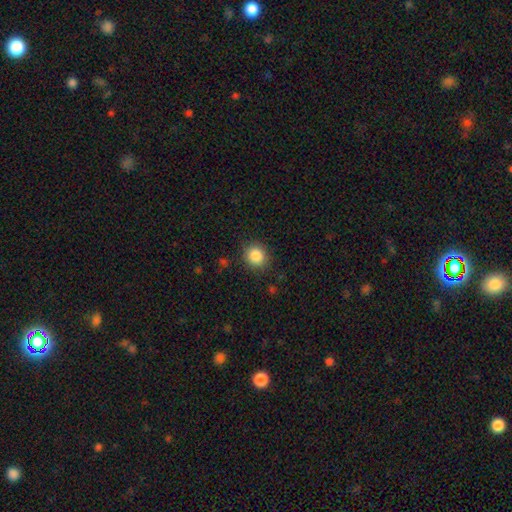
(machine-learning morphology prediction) type=smooth (86%); roundness=round (85%); merging=none (87%).